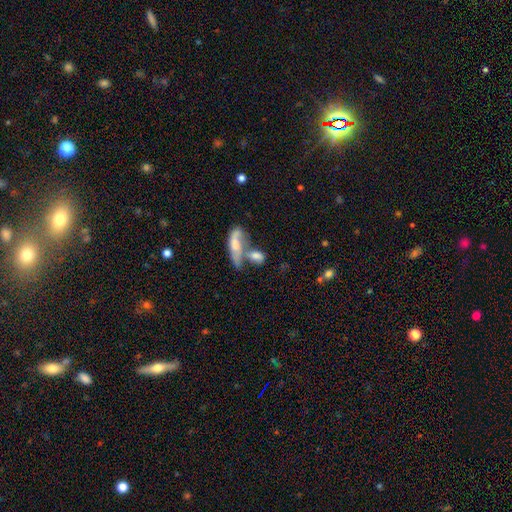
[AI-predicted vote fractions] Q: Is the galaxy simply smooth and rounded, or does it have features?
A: smooth — 67%.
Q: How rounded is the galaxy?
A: in between — 74%.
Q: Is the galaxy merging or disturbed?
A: merger — 58%.